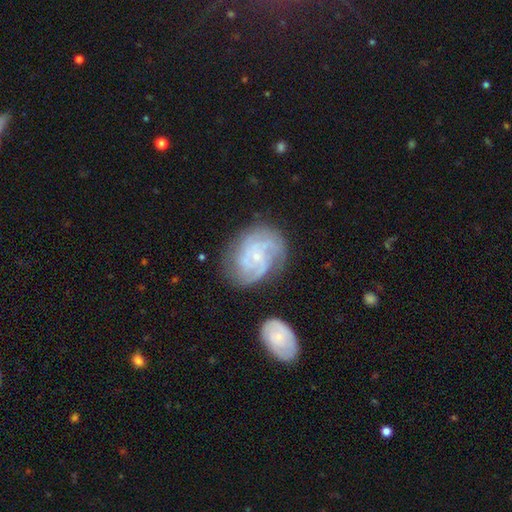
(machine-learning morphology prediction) A featured or disk galaxy (82%) with no bar (72%), tight (53%) spiral arms (94%) and a small central bulge (83%). Merging: none (64%).